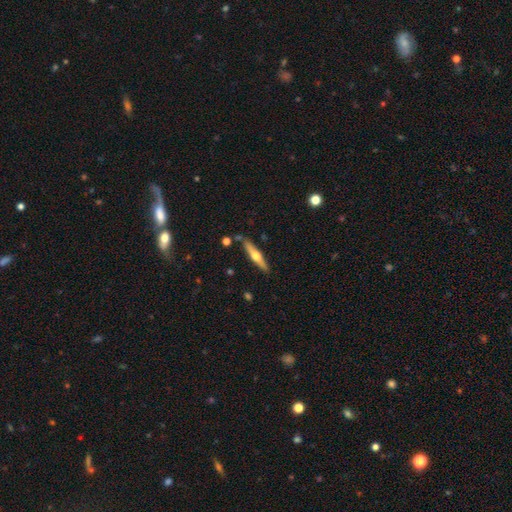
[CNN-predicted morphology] A featured or disk galaxy (61%) viewed edge-on (95%) with a rounded central bulge (93%). Merging: none (84%).